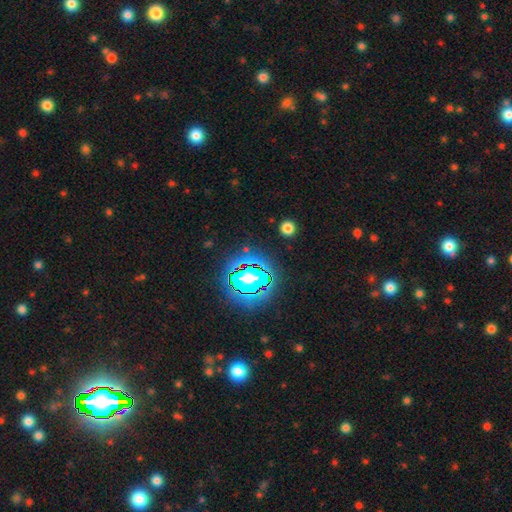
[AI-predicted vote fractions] This is clearly a star or artifact rather than a galaxy (80%).